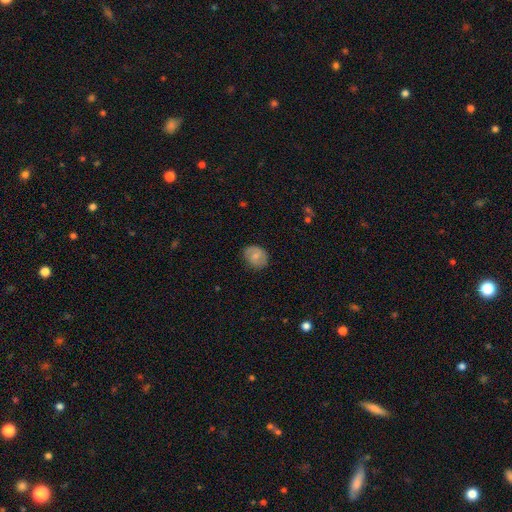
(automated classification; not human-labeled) The model was most divided on "how rounded": round: 51%, in between: 48%, cigar-shaped: 1%. More confident: merging — none (80%); smooth or featured — smooth (58%).